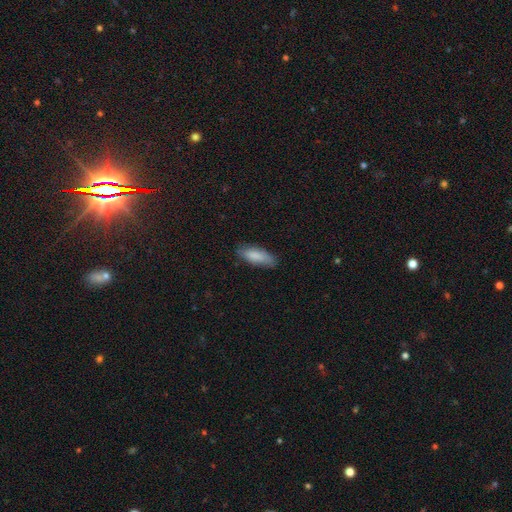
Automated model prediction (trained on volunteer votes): Smooth or featured? Predicted: smooth (p=0.84). How rounded? Predicted: in between (p=0.63). Merging? Predicted: none (p=0.77).